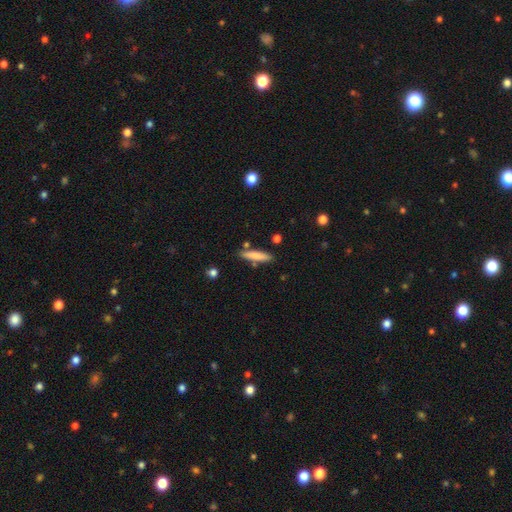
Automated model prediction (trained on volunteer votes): Smooth or featured: smooth — 78% (featured or disk — 16%)
How rounded: cigar-shaped — 83% (in between — 16%)
Merging: none — 82% (minor disturbance — 11%)